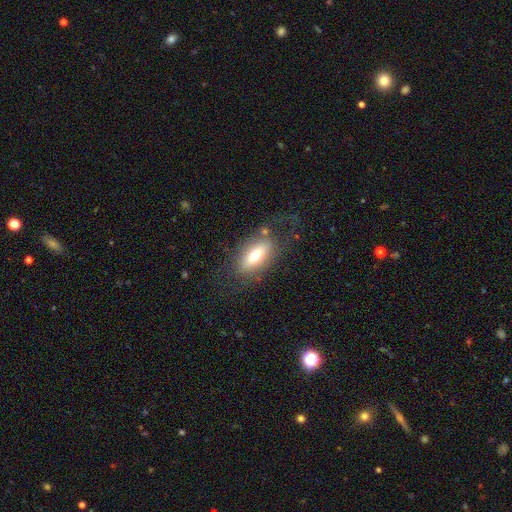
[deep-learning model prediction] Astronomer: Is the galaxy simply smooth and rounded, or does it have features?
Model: smooth — 59%.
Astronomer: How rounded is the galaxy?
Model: in between — 83%.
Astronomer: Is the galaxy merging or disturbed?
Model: none — 64%.